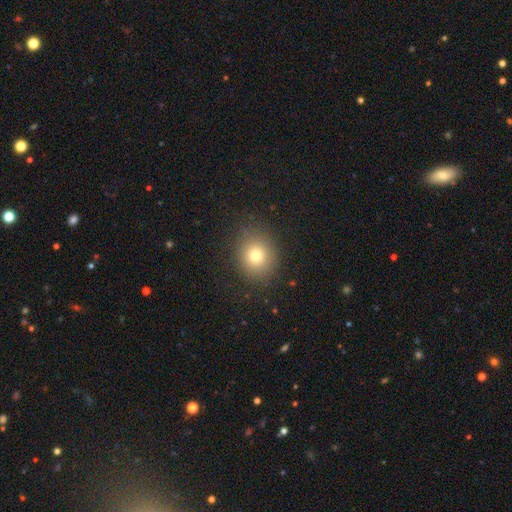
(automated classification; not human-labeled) Smooth or featured? Predicted: smooth (p=0.76). How rounded? Predicted: round (p=0.69). Merging? Predicted: none (p=0.85).